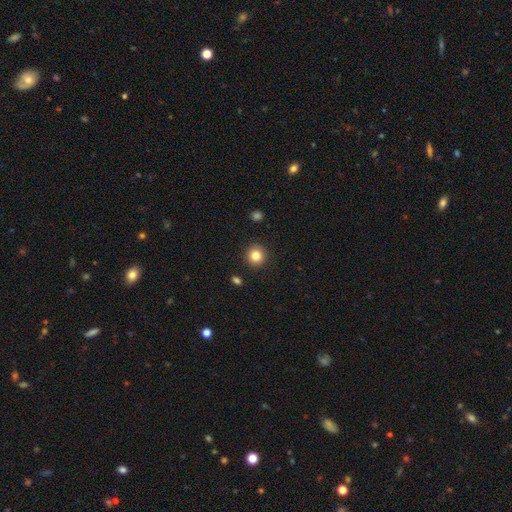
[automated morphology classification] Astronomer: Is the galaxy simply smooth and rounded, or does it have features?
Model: smooth — 83%.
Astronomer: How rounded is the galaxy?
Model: round — 93%.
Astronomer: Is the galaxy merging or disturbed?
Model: none — 91%.